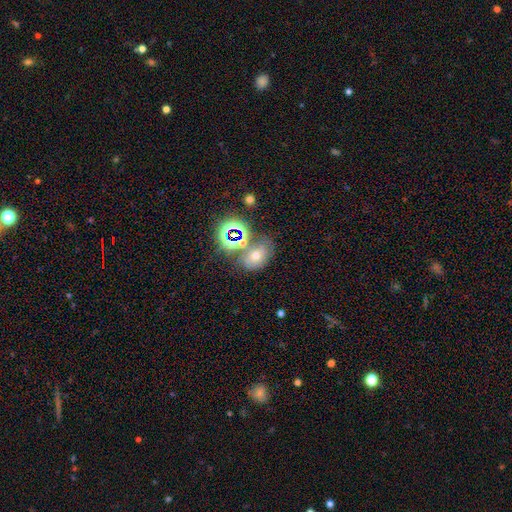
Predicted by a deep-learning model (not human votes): Smooth or featured?
  - smooth: 43% *
  - star or artifact: 34%
  - featured or disk: 23%
Merging?
  - none: 49% *
  - merger: 26%
  - minor disturbance: 16%
  - major disturbance: 9%